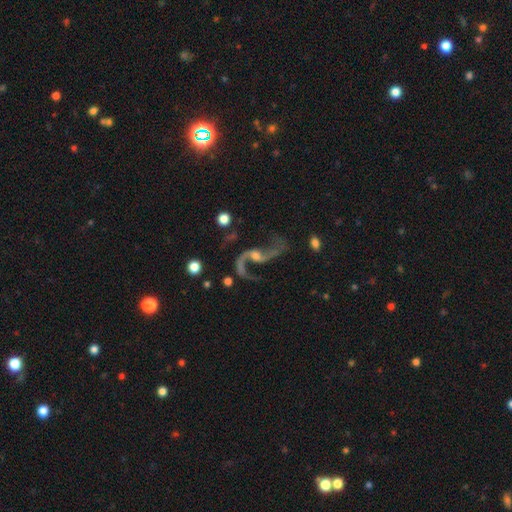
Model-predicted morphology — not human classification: Smooth or featured? Predicted: featured or disk (p=0.90). Edge-on disk? Predicted: no (p=0.97). Bar? Predicted: no (p=0.46). Spiral arms? Predicted: yes (p=0.96). Spiral winding? Predicted: loose (p=0.85). Spiral arm count? Predicted: 2 (p=0.92). Bulge size? Predicted: moderate (p=0.44). Merging? Predicted: none (p=0.61).